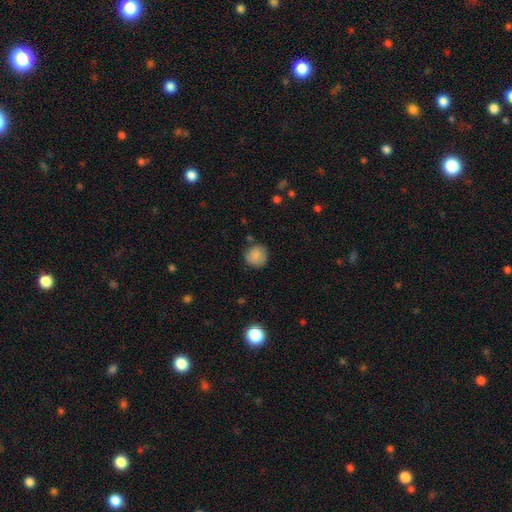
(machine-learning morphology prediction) This is clearly a smooth galaxy (81%). How rounded: clearly round (90%). Merging: likely none (76%).